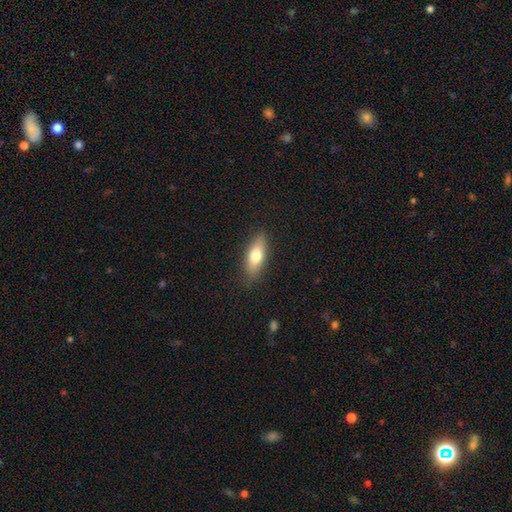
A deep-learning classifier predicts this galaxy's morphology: Q: Smooth or featured?
A: smooth (71%); runner-up: featured or disk (23%)
Q: How rounded?
A: in between (65%); runner-up: cigar-shaped (31%)
Q: Merging?
A: none (86%); runner-up: minor disturbance (11%)